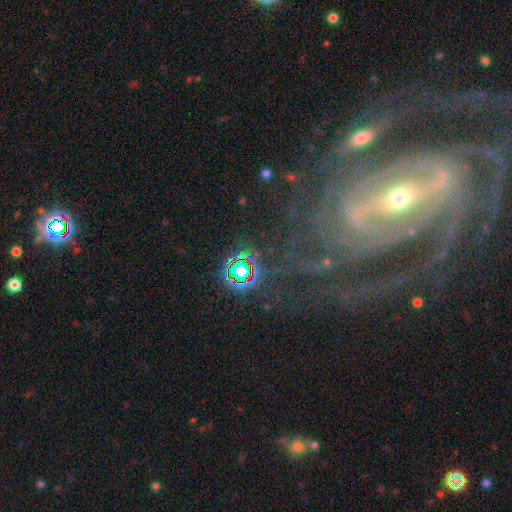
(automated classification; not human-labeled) A featured or disk galaxy (85%) with a strong bar (57%), tight (62%) spiral arms (92%) and a small central bulge (58%).

Vote fractions:
- Smooth or featured? featured or disk: 85% / star or artifact: 9% / smooth: 6%
- Edge-on disk? no: 94% / yes: 6%
- Bar? strong: 57% / weak: 26% / no: 17%
- Spiral arms? yes: 92% / no: 8%
- Spiral winding? tight: 62% / medium: 29% / loose: 9%
- Spiral arm count? can't tell: 28% / 2: 24% / 3: 16% / 4: 13% / more than 4: 10% / 1: 8%
- Bulge size? small: 58% / moderate: 35% / large: 4% / dominant: 1% / none: 1%
- Merging? none: 64% / minor disturbance: 16% / major disturbance: 16% / merger: 5%